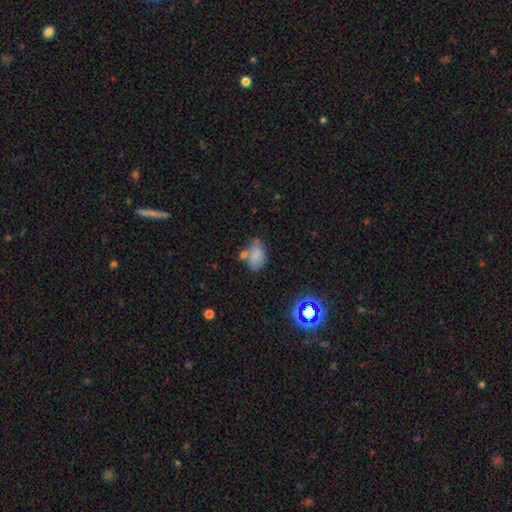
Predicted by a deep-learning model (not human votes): smooth 75%, star or artifact 13%, featured or disk 12%. Down the decision tree: how rounded — in between (82%); merging — none (46%).